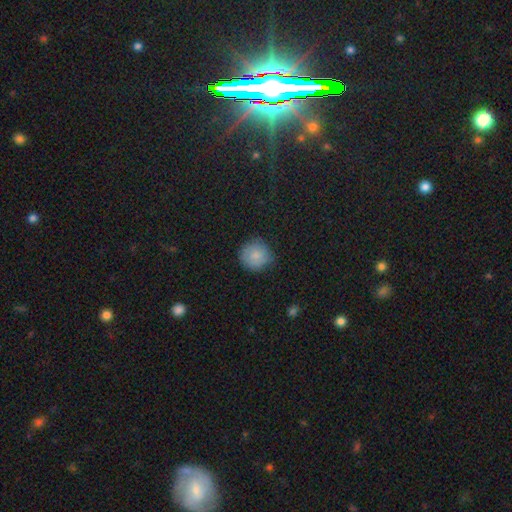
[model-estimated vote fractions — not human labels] smooth-or-featured: smooth: 84% | featured or disk: 8% | star or artifact: 8%
  how-rounded: round: 92% | in between: 7% | cigar-shaped: 1%
  merging: none: 76% | minor disturbance: 19% | major disturbance: 4% | merger: 1%